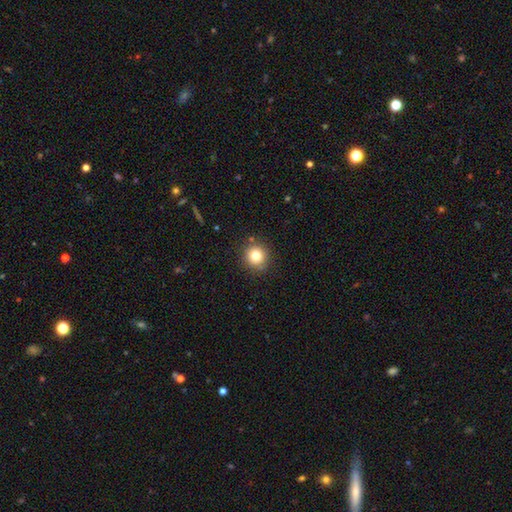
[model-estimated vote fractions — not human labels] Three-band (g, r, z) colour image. It shows a smooth galaxy with no disk features (79%) that is round (93%). Merging: none (87%).